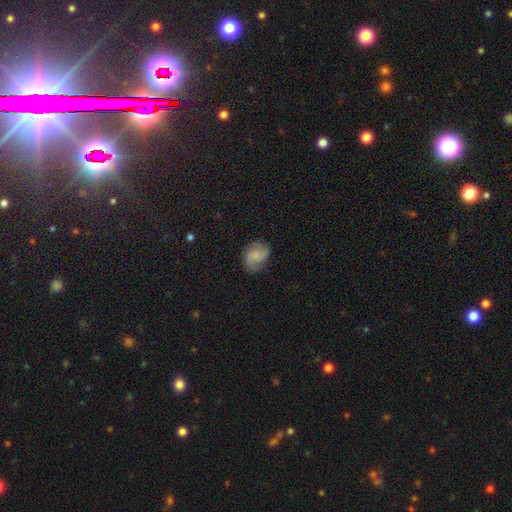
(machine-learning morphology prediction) featured or disk 67%, smooth 25%, star or artifact 8%. Down the decision tree: edge-on disk — no (98%); bar — no (64%); spiral arms — yes (95%); spiral arm count — 2 (58%); spiral winding — medium (50%); bulge size — small (40%); merging — none (74%).